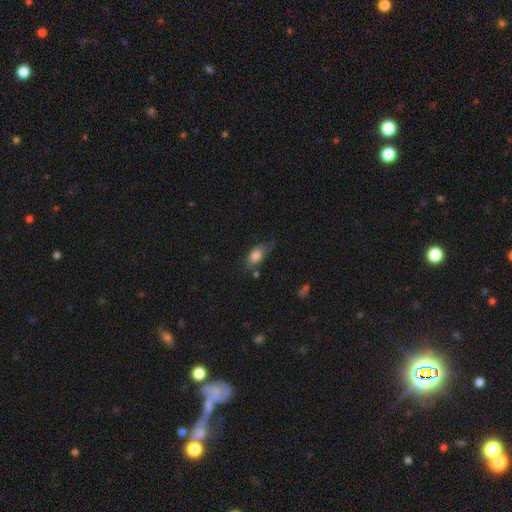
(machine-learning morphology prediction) A smooth galaxy with no disk features (80%) that is in between round and cigar-shaped (85%). Merging: none (59%).